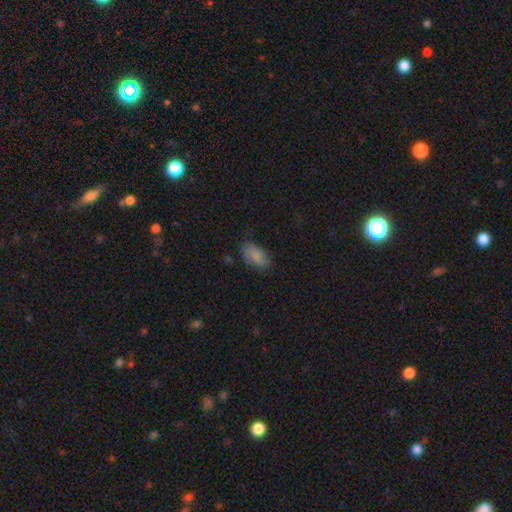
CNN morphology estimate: Smooth or featured: smooth — 80% (featured or disk — 12%)
How rounded: in between — 93% (round — 4%)
Merging: none — 67% (minor disturbance — 24%)